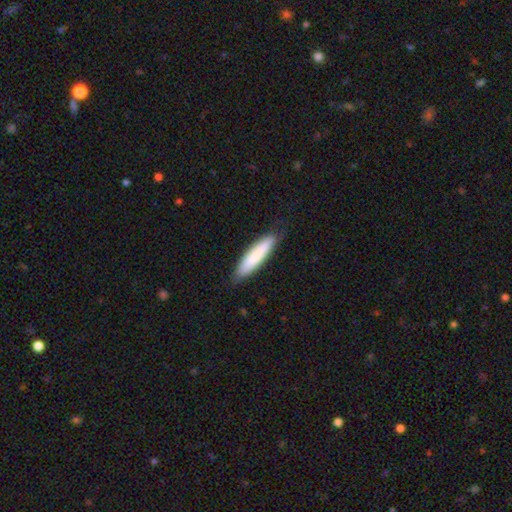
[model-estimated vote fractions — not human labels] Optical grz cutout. It shows a smooth galaxy with no disk features (82%) that is cigar-shaped (78%). Merging: none (82%).